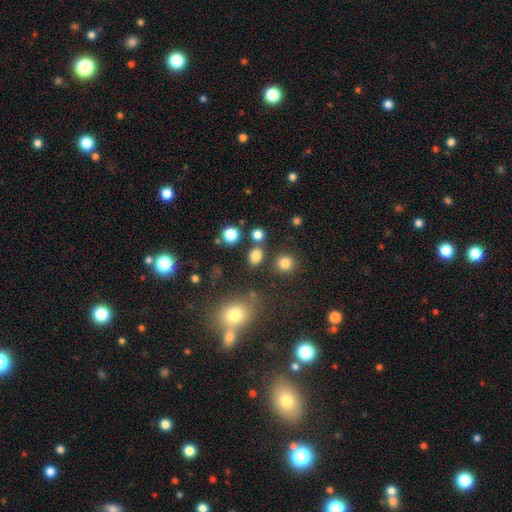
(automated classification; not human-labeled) Smooth or featured? Predicted: smooth (p=0.80). How rounded? Predicted: in between (p=0.50). Merging? Predicted: none (p=0.79).